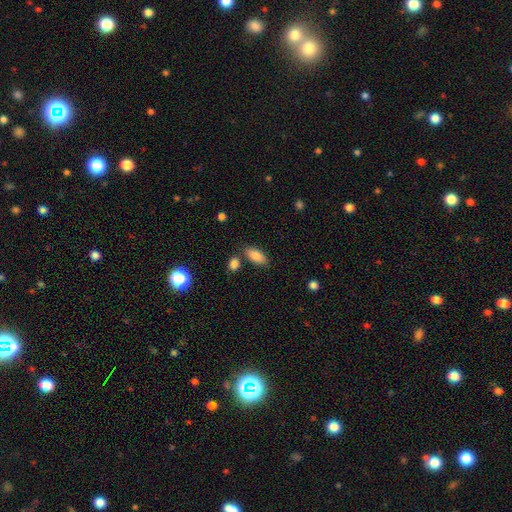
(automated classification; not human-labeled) Smooth or featured?
  - smooth: 85% *
  - star or artifact: 8%
  - featured or disk: 8%
How rounded?
  - in between: 88% *
  - cigar-shaped: 8%
  - round: 3%
Merging?
  - none: 76% *
  - minor disturbance: 12%
  - merger: 9%
  - major disturbance: 3%